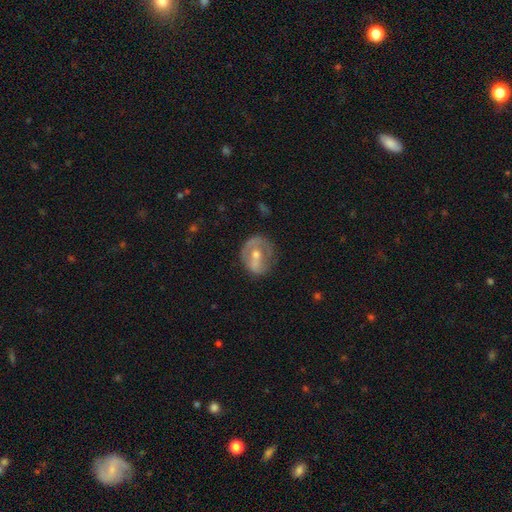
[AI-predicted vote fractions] smooth-or-featured: featured or disk: 63% | smooth: 28% | star or artifact: 8%
  disk-edge-on: no: 95% | yes: 5%
    bar: weak: 37% | no: 35% | strong: 29%
    has-spiral-arms: yes: 51% | no: 49%
    bulge-size: moderate: 58% | small: 36% | large: 2% | none: 2% | dominant: 1%
  merging: none: 64% | minor disturbance: 22% | major disturbance: 12% | merger: 2%